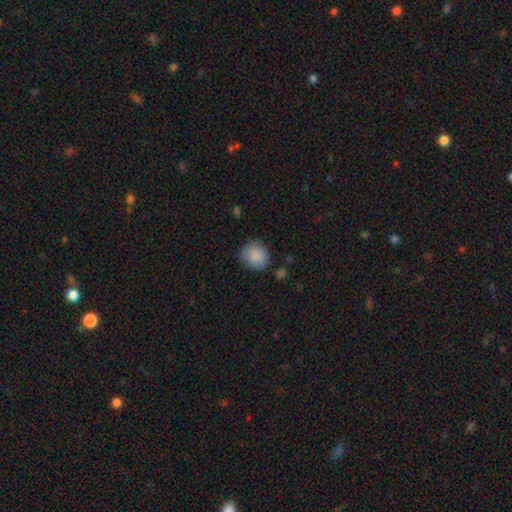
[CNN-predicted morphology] Smooth or featured? Predicted: smooth (p=0.88). How rounded? Predicted: round (p=0.81). Merging? Predicted: none (p=0.81).